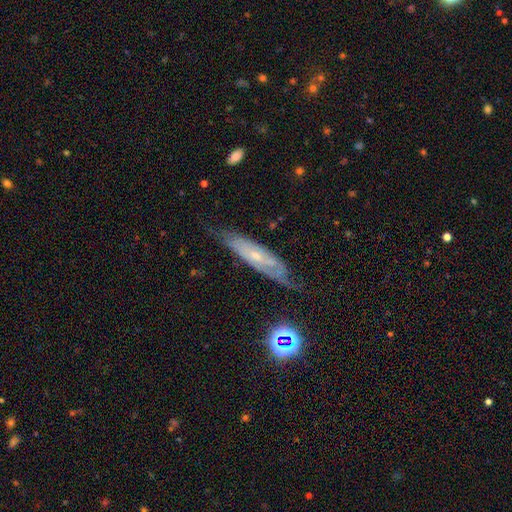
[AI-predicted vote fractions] Smooth or featured? Predicted: featured or disk (p=0.71). Edge-on disk? Predicted: no (p=0.71). Merging? Predicted: none (p=0.61).